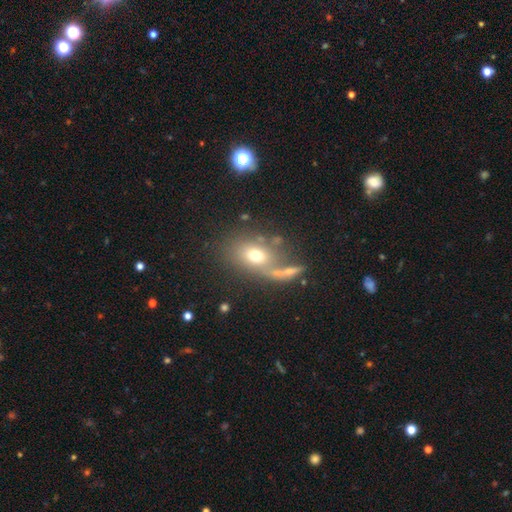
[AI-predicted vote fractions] Smooth or featured?
  - smooth: 67% *
  - featured or disk: 21%
  - star or artifact: 12%
How rounded?
  - in between: 65% *
  - round: 32%
  - cigar-shaped: 3%
Merging?
  - none: 46% *
  - merger: 28%
  - major disturbance: 14%
  - minor disturbance: 13%